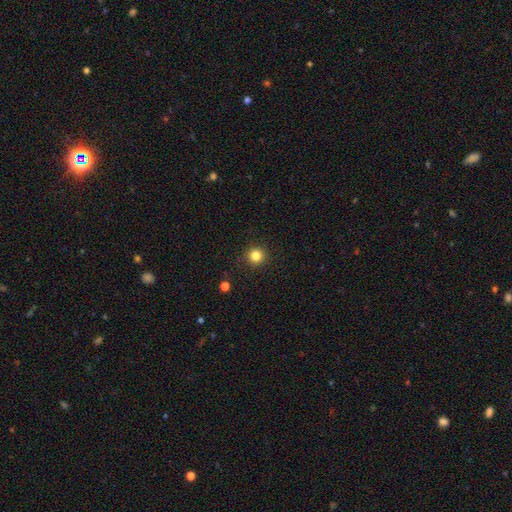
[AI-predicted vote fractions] Morphology: type=smooth (83%); roundness=round (95%); merging=none (92%).